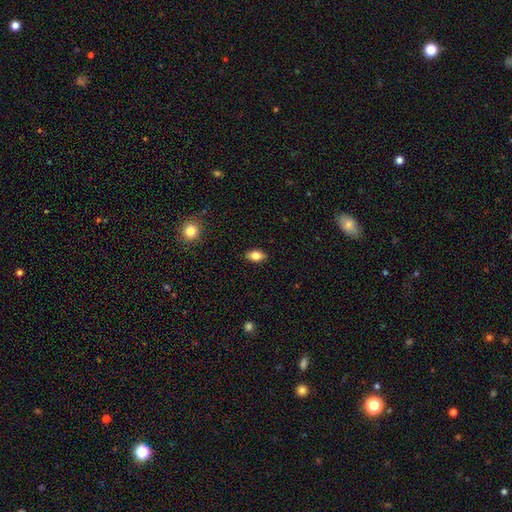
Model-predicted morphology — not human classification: This is likely a smooth galaxy (78%). How rounded: clearly in between (87%). Merging: clearly none (88%).